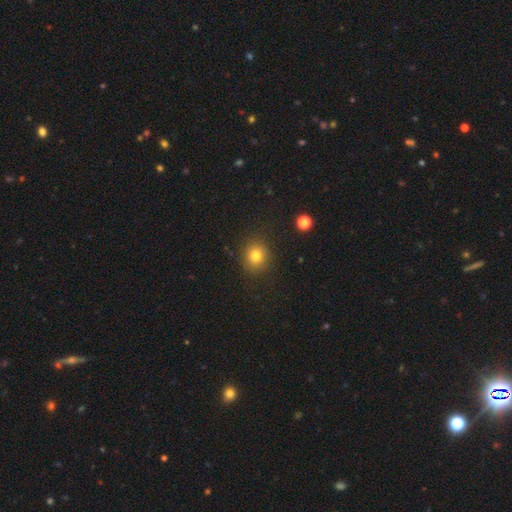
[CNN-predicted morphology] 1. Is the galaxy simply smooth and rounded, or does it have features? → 80% smooth, 13% star or artifact, 7% featured or disk.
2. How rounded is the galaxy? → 83% round, 16% in between, 1% cigar-shaped.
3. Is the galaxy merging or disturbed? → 88% none, 8% minor disturbance, 3% major disturbance, 2% merger.